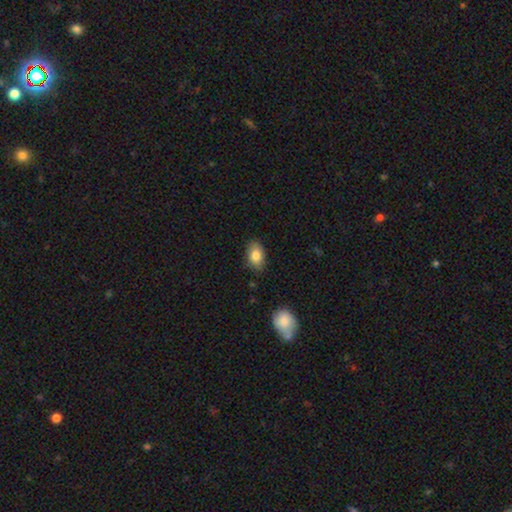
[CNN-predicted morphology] This appears to be a smooth galaxy with no disk features (83%) that is in between round and cigar-shaped (88%). Merging: none (84%).